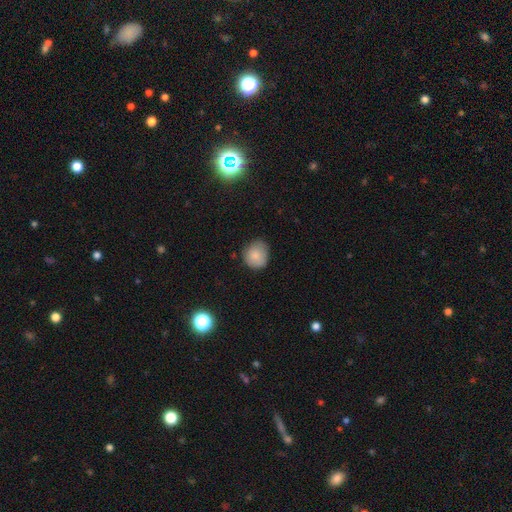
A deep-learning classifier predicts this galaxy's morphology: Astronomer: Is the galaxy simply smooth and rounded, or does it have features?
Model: smooth — 83%.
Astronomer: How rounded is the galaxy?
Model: round — 78%.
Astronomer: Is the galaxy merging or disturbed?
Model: none — 70%.